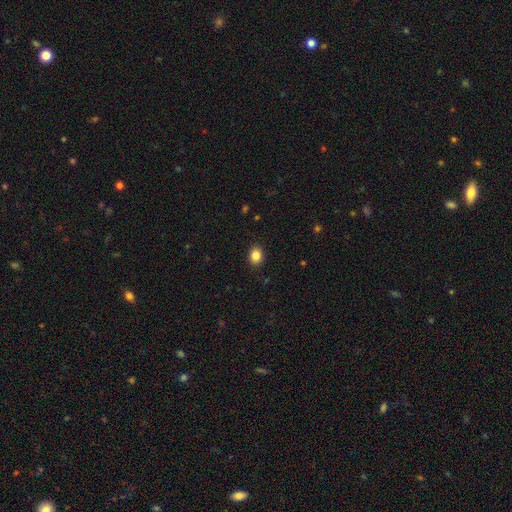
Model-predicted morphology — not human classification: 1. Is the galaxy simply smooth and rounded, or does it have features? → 85% smooth, 10% star or artifact, 5% featured or disk.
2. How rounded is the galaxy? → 51% round, 48% in between, 1% cigar-shaped.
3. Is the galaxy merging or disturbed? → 90% none, 7% minor disturbance, 2% major disturbance, 1% merger.